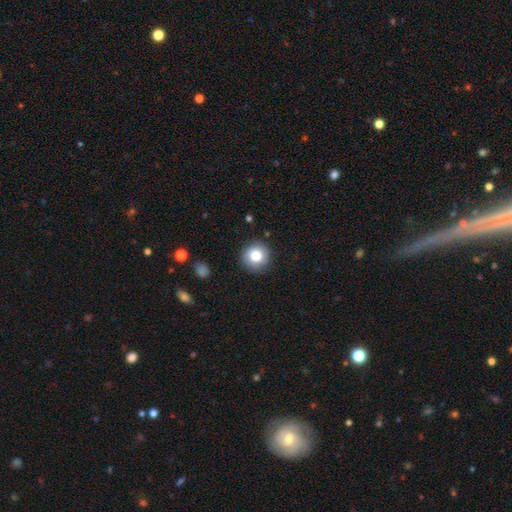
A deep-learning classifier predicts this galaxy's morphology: A smooth galaxy with no disk features (81%) that is round (92%). Merging: none (87%).